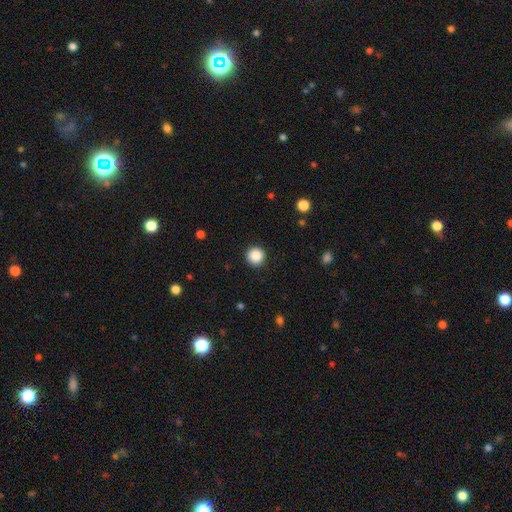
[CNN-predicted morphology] smooth 87%, star or artifact 10%, featured or disk 3%. Down the decision tree: how rounded — round (95%); merging — none (92%).